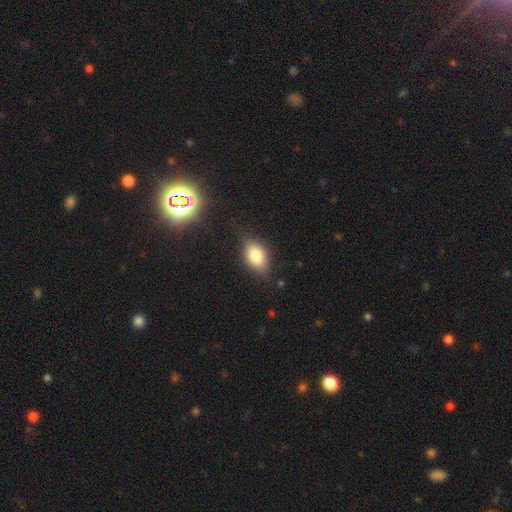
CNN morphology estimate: smooth 79%, featured or disk 12%, star or artifact 9%. Down the decision tree: how rounded — in between (86%); merging — none (72%).